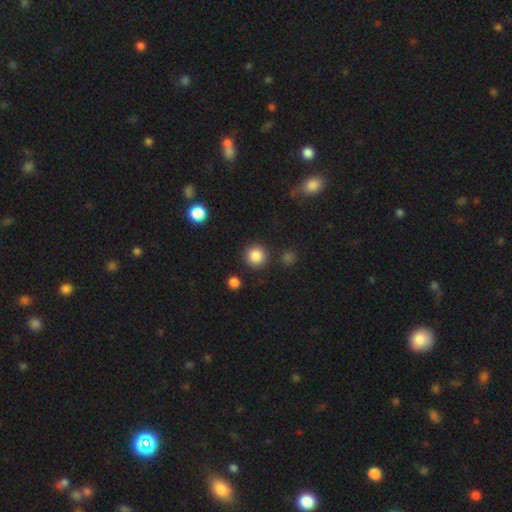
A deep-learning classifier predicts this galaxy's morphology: A smooth galaxy with no disk features (86%) that is round (94%). Merging: none (88%).